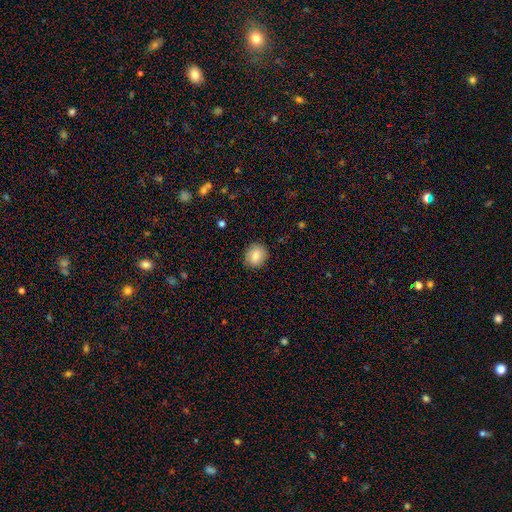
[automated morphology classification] The model was most divided on "how rounded": round: 76%, in between: 23%, cigar-shaped: 1%. More confident: merging — none (88%); smooth or featured — smooth (85%).